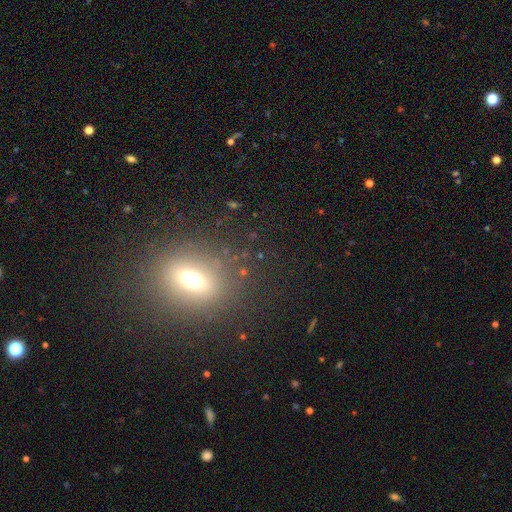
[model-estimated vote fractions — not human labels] Smooth or featured?
  - smooth: 48% *
  - star or artifact: 29%
  - featured or disk: 23%
Merging?
  - none: 87% *
  - minor disturbance: 8%
  - major disturbance: 4%
  - merger: 2%